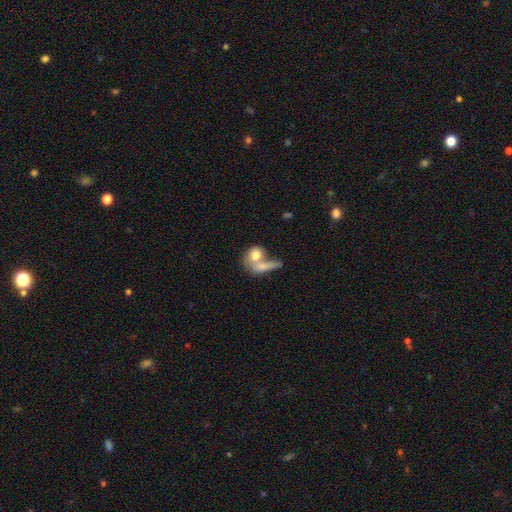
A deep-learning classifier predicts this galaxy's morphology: This appears to be a smooth galaxy with no disk features (71%) that is round (49%). Merging: merger (57%).